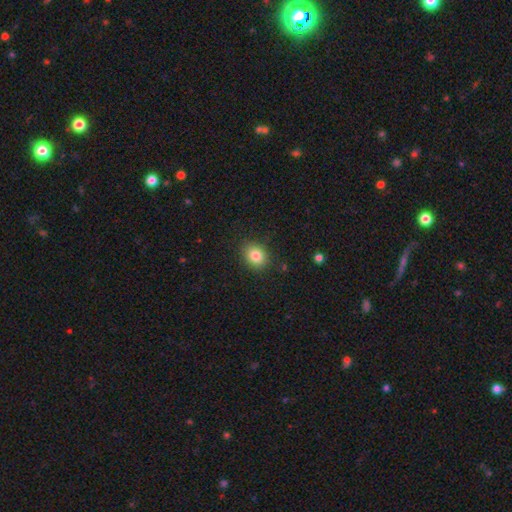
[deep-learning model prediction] smooth 83%, star or artifact 10%, featured or disk 7%. Down the decision tree: how rounded — round (56%); merging — none (87%).